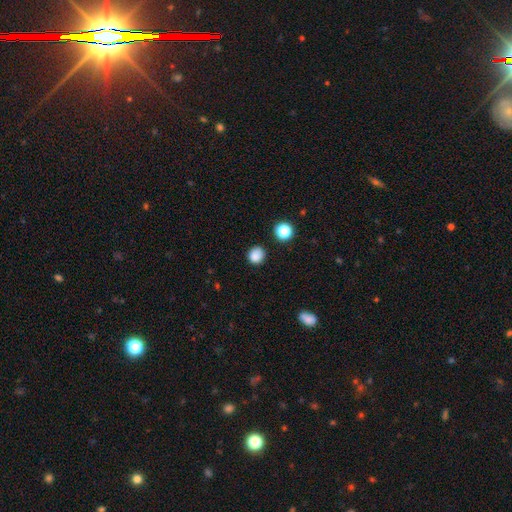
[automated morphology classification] type=smooth (84%); roundness=round (87%); merging=none (84%).